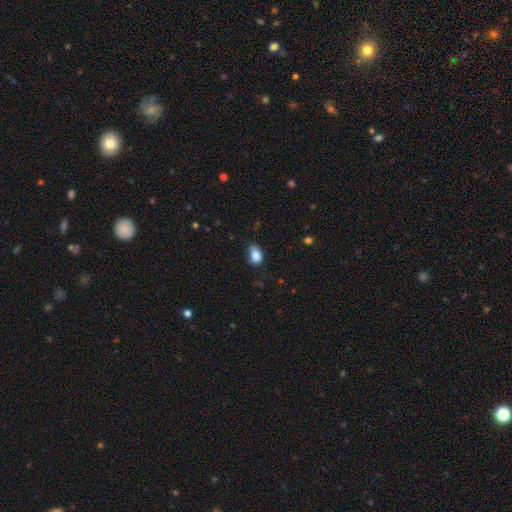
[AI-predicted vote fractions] Smooth or featured: smooth — 84% (star or artifact — 9%)
How rounded: in between — 83% (round — 15%)
Merging: none — 54% (minor disturbance — 36%)